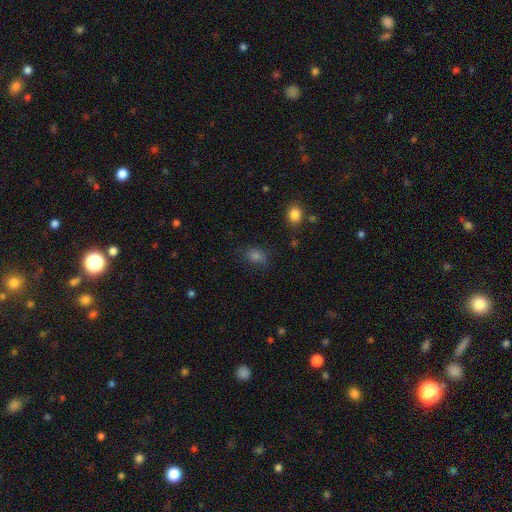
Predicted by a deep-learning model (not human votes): Overall: smooth (71%). How rounded: in between (64%; round 34%). Merging: none (73%).